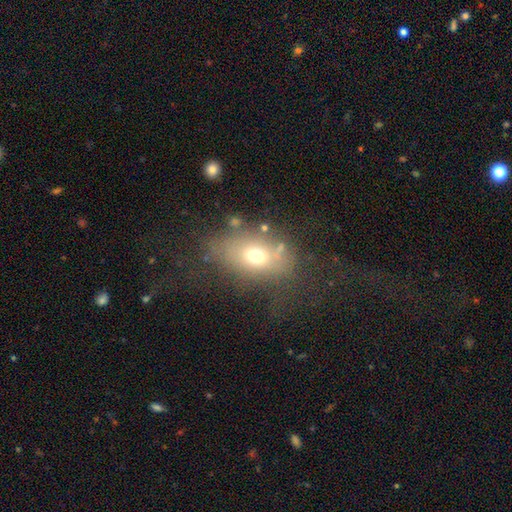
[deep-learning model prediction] Smooth or featured: smooth — 63% (featured or disk — 22%)
How rounded: in between — 73% (round — 24%)
Merging: none — 59% (minor disturbance — 21%)